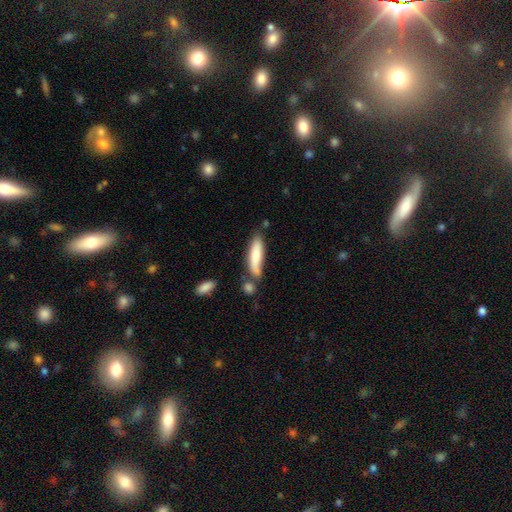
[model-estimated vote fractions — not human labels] Smooth or featured? smooth (76%)
How rounded? cigar-shaped (67%)
Merging? none (54%)